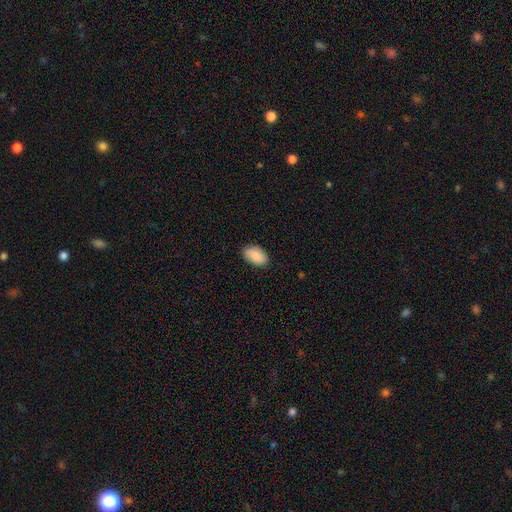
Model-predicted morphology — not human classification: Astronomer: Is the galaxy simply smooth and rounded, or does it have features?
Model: smooth — 87%.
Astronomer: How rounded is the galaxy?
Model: in between — 93%.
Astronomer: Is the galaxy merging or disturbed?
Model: none — 86%.